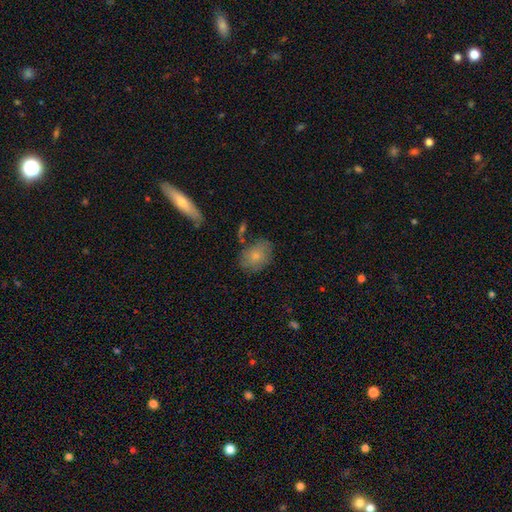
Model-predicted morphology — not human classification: type=smooth (72%); roundness=in between (67%); merging=none (64%).